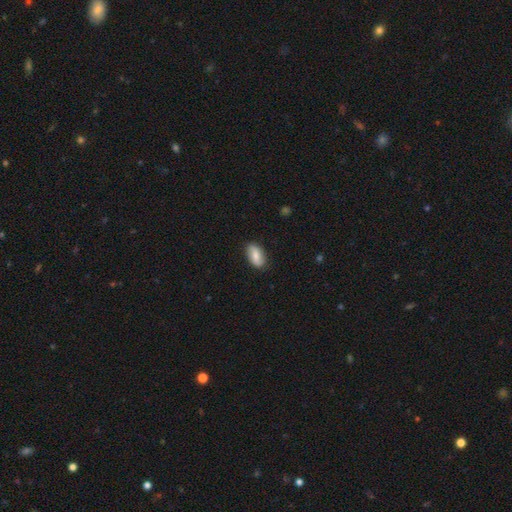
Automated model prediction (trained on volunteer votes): Overall: smooth (68%). How rounded: in between (91%). Merging: none (85%).